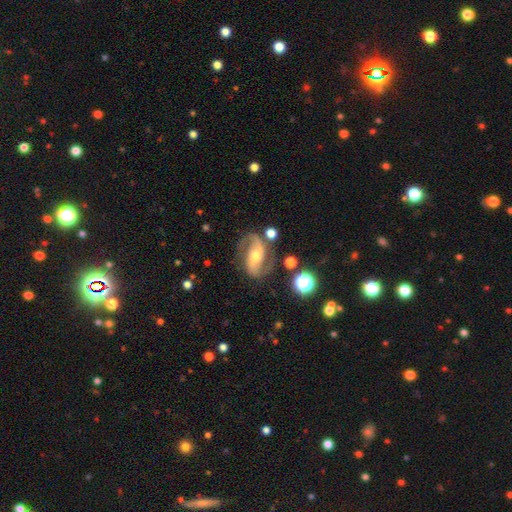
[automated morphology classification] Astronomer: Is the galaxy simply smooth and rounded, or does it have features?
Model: featured or disk — 86%.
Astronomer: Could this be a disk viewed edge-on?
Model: no — 97%.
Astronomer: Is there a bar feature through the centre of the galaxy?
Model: strong — 35% (runner-up: weak, 34%).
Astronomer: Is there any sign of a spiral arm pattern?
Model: yes — 96%.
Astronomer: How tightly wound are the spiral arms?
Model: medium — 48% (runner-up: loose, 38%).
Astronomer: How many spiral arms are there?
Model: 2 — 91%.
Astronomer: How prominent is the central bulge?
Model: moderate — 61%.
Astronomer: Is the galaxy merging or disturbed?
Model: none — 72%.